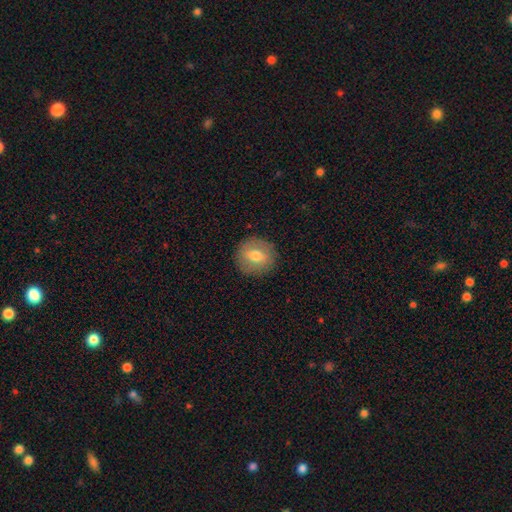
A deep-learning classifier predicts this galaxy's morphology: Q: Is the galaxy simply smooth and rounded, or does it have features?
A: smooth — 67%.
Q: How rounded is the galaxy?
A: round — 89%.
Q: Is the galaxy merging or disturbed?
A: none — 88%.